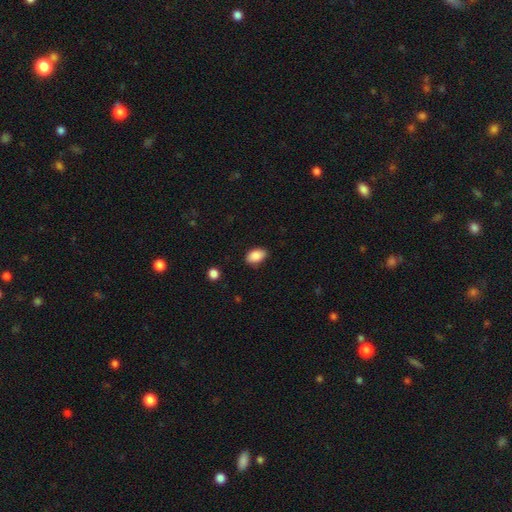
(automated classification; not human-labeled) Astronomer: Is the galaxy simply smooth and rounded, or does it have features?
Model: smooth — 89%.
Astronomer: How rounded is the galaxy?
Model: in between — 91%.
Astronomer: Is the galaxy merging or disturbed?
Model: none — 85%.